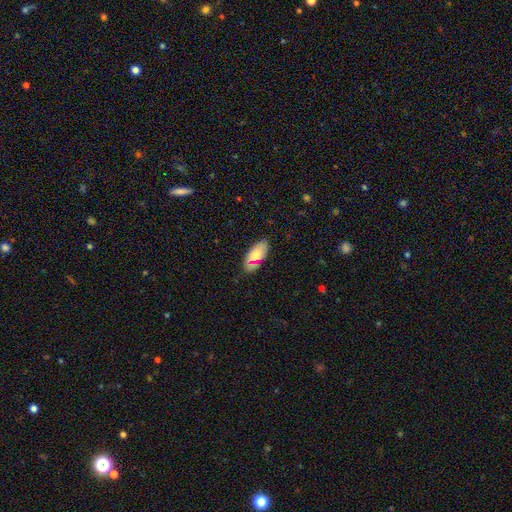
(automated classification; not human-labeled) This is likely a smooth galaxy (69%). How rounded: clearly in between (89%). Merging: likely none (72%).